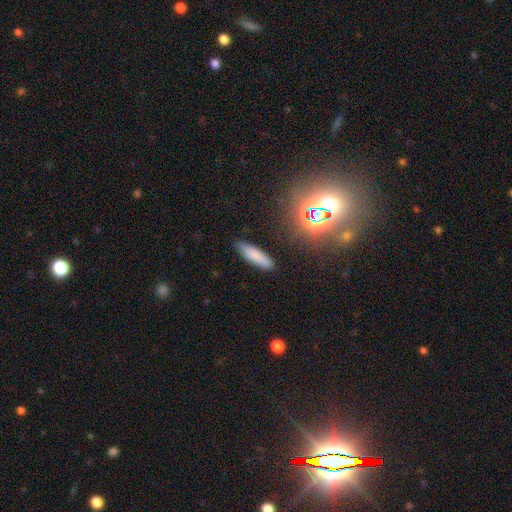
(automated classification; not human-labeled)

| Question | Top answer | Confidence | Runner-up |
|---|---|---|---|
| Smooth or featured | smooth | 79% | star or artifact (11%) |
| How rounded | cigar-shaped | 60% | in between (38%) |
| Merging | none | 84% | minor disturbance (11%) |